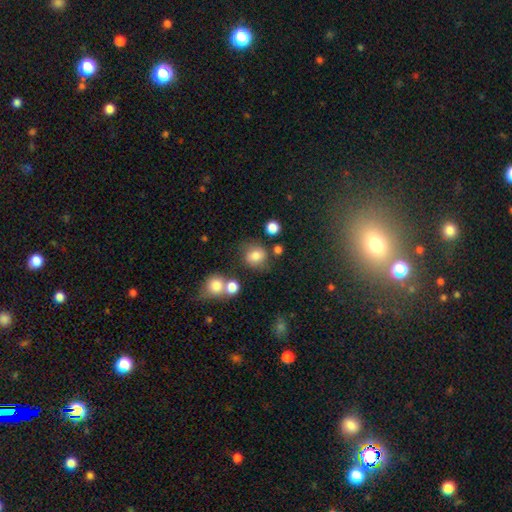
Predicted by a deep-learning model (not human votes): Overall: smooth (78%). How rounded: round (73%). Merging: none (67%).